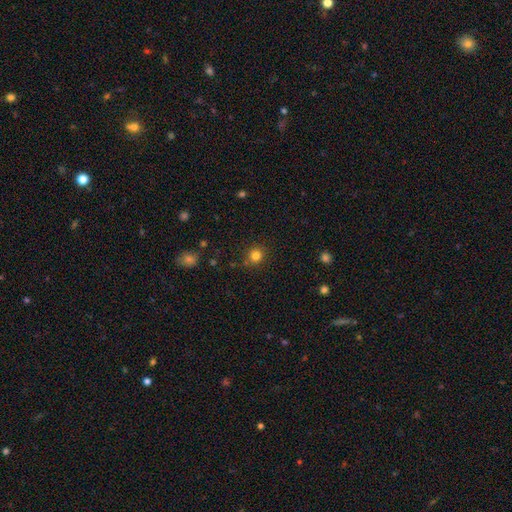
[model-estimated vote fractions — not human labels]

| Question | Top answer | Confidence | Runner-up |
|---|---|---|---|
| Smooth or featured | smooth | 82% | star or artifact (13%) |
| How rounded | round | 90% | in between (10%) |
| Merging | none | 85% | minor disturbance (10%) |